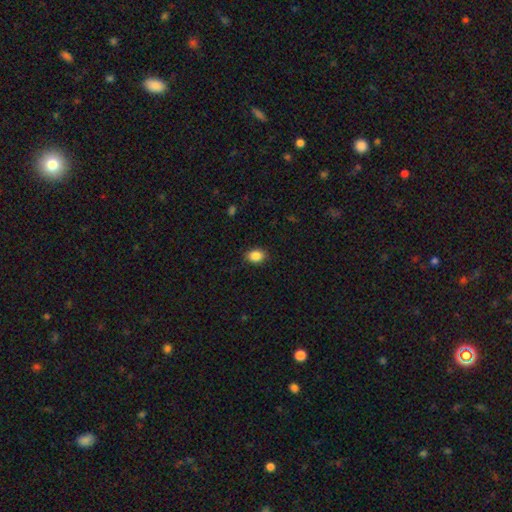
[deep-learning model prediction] Smooth or featured? Predicted: smooth (p=0.87). How rounded? Predicted: in between (p=0.68). Merging? Predicted: none (p=0.87).